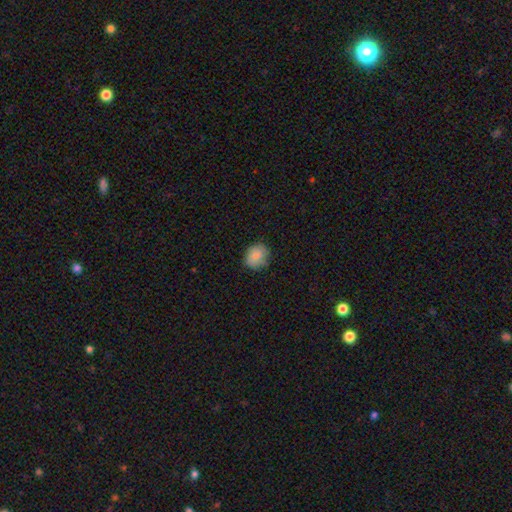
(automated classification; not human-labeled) Overall: smooth (84%). How rounded: round (69%; in between 30%). Merging: none (77%).